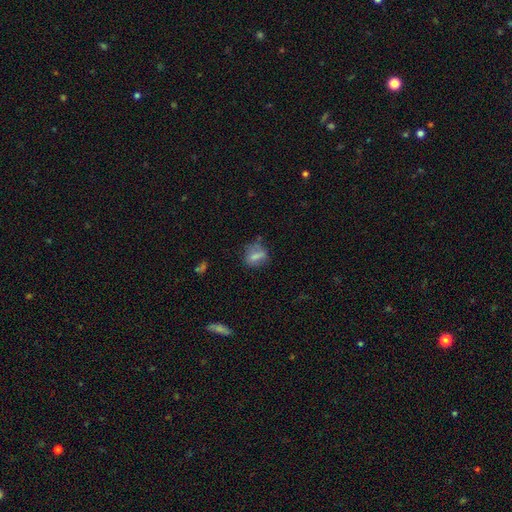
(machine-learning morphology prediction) type=smooth (65%); roundness=in between (50%); merging=none (59%).